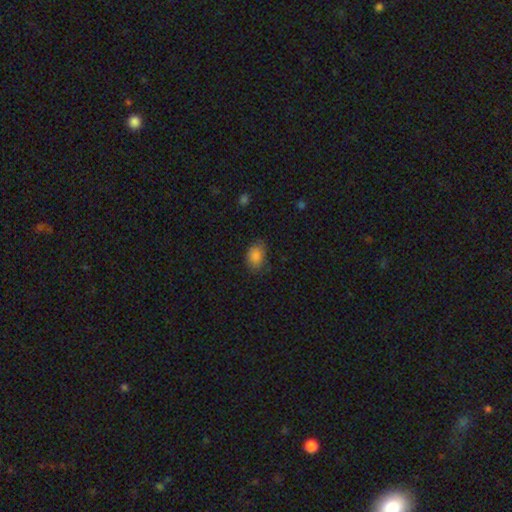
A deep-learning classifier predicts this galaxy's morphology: A smooth galaxy with no disk features (84%) that is in between round and cigar-shaped (79%).

Vote fractions:
- Smooth or featured? smooth: 84% / star or artifact: 9% / featured or disk: 8%
- How rounded? in between: 79% / round: 20% / cigar-shaped: 1%
- Merging? none: 71% / minor disturbance: 22% / major disturbance: 5% / merger: 1%